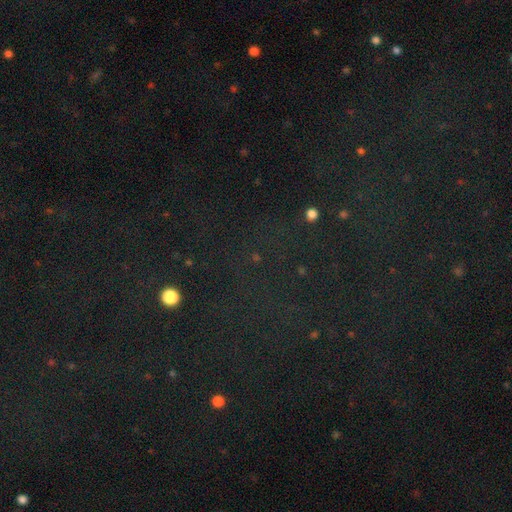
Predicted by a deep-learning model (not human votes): A star or artifact, not a galaxy (79%).

Vote fractions:
- Smooth or featured? star or artifact: 79% / smooth: 13% / featured or disk: 8%